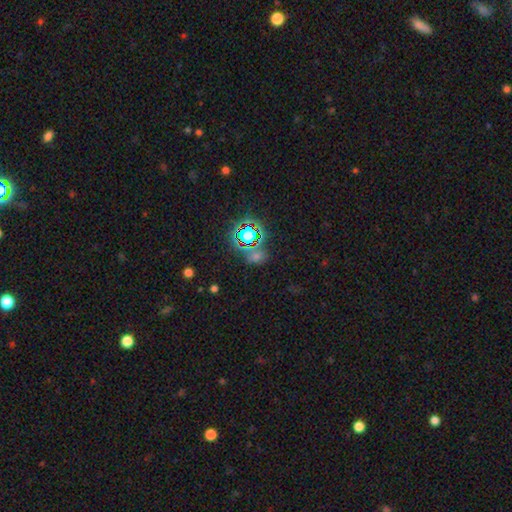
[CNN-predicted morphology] type=star or artifact (66%).